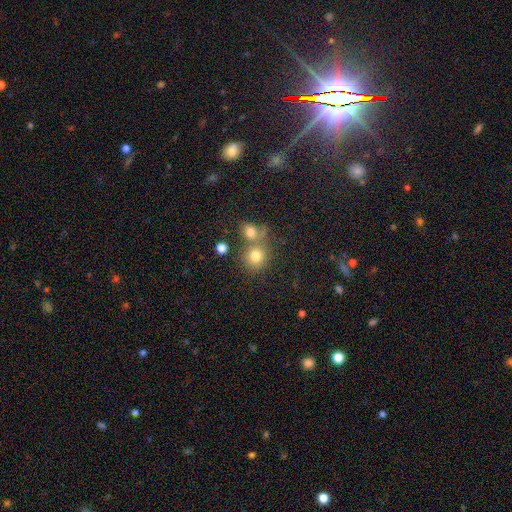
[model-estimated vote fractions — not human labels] Morphology: type=smooth (77%); roundness=round (84%); merging=none (56%).